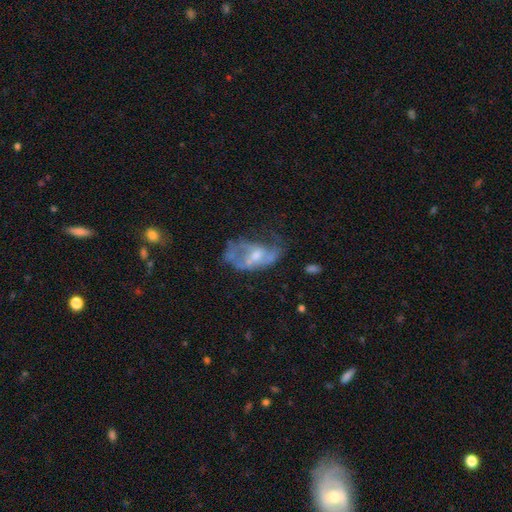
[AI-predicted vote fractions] Smooth or featured? featured or disk (65%)
Edge-on disk? no (94%)
Bar? no (60%)
Spiral arms? no (54%)
Bulge size? moderate (43%)
Merging? major disturbance (38%)